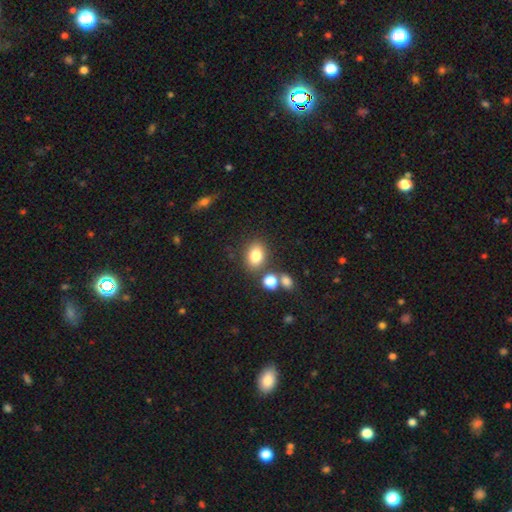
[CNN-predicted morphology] This is clearly a smooth galaxy (81%). How rounded: likely in between (68%). Merging: likely none (74%).